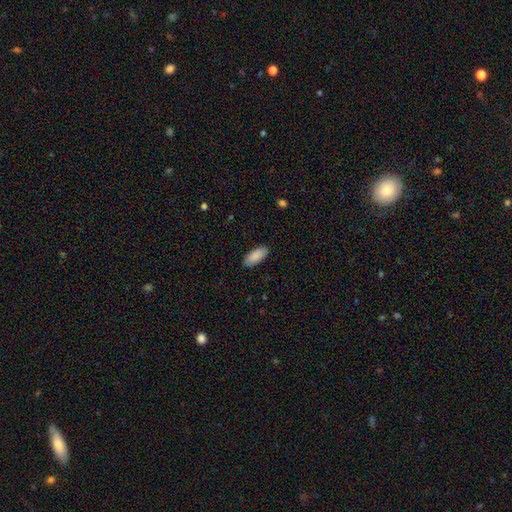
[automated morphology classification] type=smooth (90%); roundness=in between (87%); merging=none (89%).